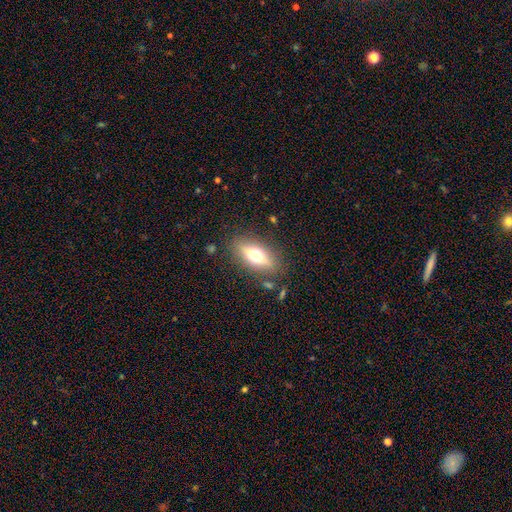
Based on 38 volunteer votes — Overall: featured or disk (53%; smooth 42%). Edge-on disk: yes (80%). Edge-on bulge: rounded (94%). Merging: none (86%).